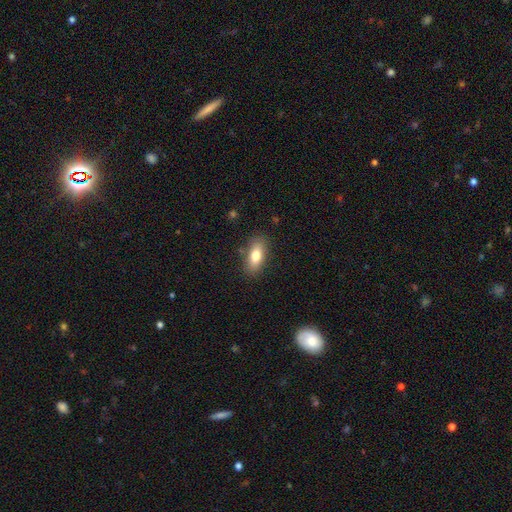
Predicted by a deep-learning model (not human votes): smooth 78%, featured or disk 15%, star or artifact 8%. Down the decision tree: how rounded — in between (84%); merging — none (84%).